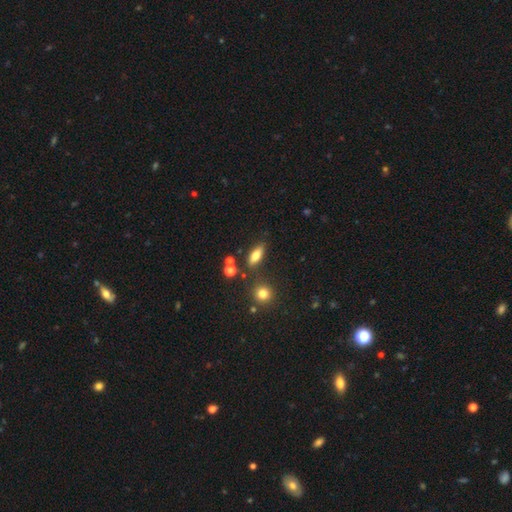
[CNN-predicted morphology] type=smooth (72%); roundness=in between (69%); merging=none (75%).